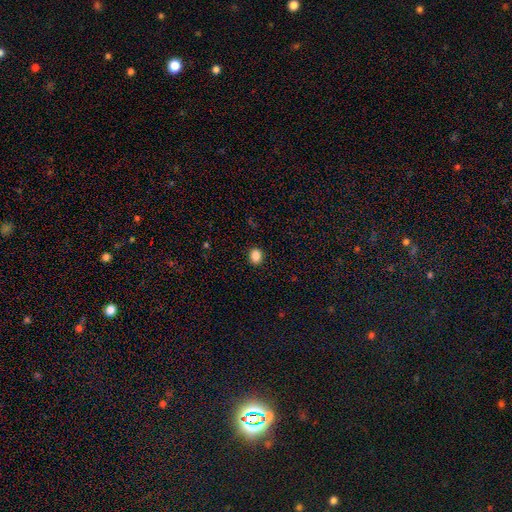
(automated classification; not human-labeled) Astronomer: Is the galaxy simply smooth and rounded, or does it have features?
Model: smooth — 87%.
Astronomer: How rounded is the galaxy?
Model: round — 59% (runner-up: in between, 40%).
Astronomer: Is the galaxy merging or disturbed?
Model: none — 91%.